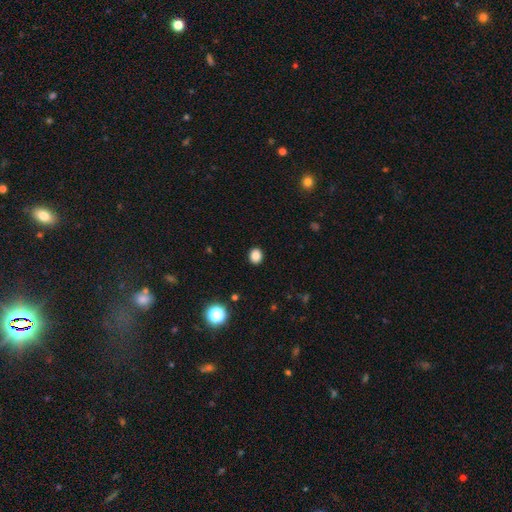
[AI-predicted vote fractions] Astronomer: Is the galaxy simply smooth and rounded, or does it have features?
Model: smooth — 85%.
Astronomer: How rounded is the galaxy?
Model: round — 67%.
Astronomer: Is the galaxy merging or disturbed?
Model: none — 91%.